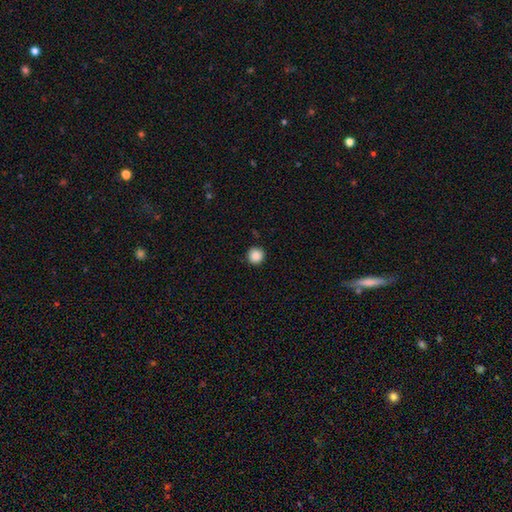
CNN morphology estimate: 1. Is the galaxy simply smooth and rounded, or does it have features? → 88% smooth, 10% star or artifact, 3% featured or disk.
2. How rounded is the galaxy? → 96% round, 4% in between, 1% cigar-shaped.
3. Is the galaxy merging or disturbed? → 91% none, 6% minor disturbance, 2% major disturbance, 1% merger.